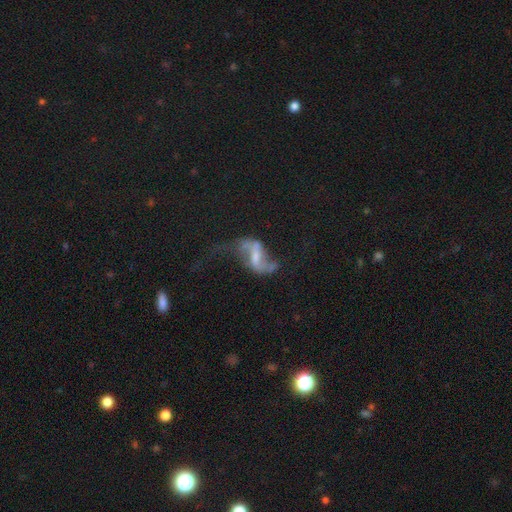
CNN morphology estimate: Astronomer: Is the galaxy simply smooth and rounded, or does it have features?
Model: featured or disk — 80%.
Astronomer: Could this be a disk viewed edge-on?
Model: no — 95%.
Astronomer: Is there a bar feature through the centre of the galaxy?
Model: strong — 43% (runner-up: weak, 40%).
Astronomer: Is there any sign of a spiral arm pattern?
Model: yes — 87%.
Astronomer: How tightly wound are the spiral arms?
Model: loose — 84%.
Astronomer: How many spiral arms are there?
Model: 2 — 89%.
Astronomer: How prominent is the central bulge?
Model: small — 32% (runner-up: none, 31%).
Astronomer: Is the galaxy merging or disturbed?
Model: none — 41% (runner-up: major disturbance, 35%).